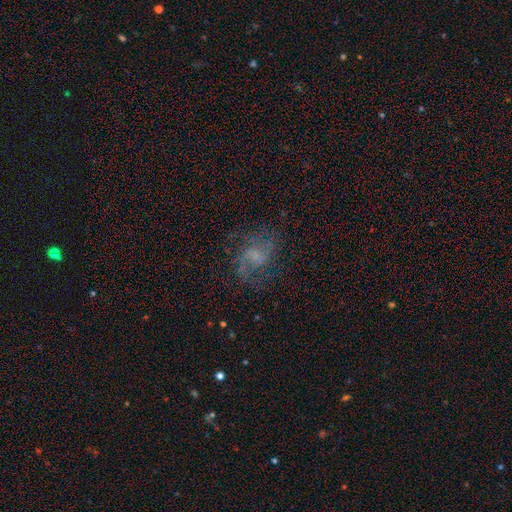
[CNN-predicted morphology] Smooth or featured: featured or disk — 70% (smooth — 17%)
Edge-on disk: no — 97% (yes — 3%)
Bar: no — 47% (weak — 45%)
Spiral arms: yes — 90% (no — 10%)
Spiral winding: medium — 46% (loose — 41%)
Spiral arm count: 2 — 74% (can't tell — 11%)
Bulge size: small — 41% (none — 31%)
Merging: none — 64% (minor disturbance — 17%)